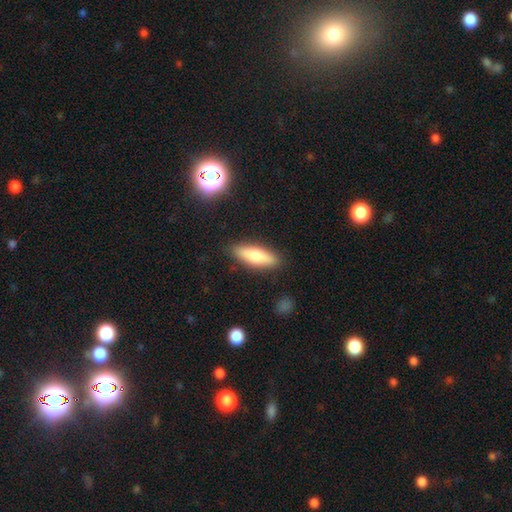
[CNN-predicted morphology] Smooth or featured?
  - smooth: 77% *
  - featured or disk: 17%
  - star or artifact: 6%
How rounded?
  - in between: 51% *
  - cigar-shaped: 47%
  - round: 2%
Merging?
  - none: 86% *
  - minor disturbance: 10%
  - major disturbance: 2%
  - merger: 2%